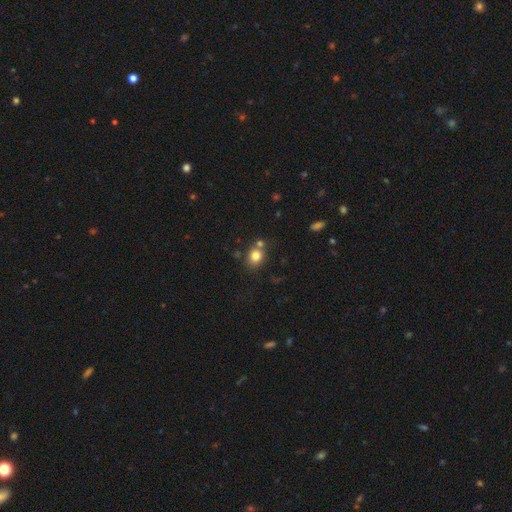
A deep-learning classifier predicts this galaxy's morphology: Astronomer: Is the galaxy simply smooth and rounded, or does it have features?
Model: smooth — 80%.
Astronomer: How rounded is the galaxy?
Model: round — 65%.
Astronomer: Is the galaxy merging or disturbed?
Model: none — 65%.